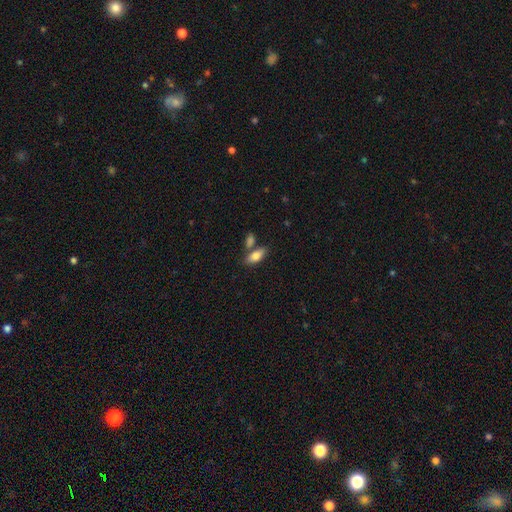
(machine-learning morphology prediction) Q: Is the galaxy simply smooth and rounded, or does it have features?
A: smooth — 78%.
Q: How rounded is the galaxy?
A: in between — 82%.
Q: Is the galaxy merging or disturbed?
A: none — 61%.